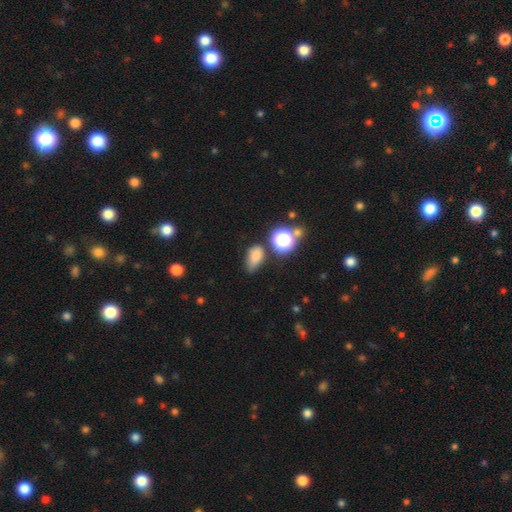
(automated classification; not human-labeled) Smooth or featured? smooth (73%)
How rounded? in between (79%)
Merging? none (53%)